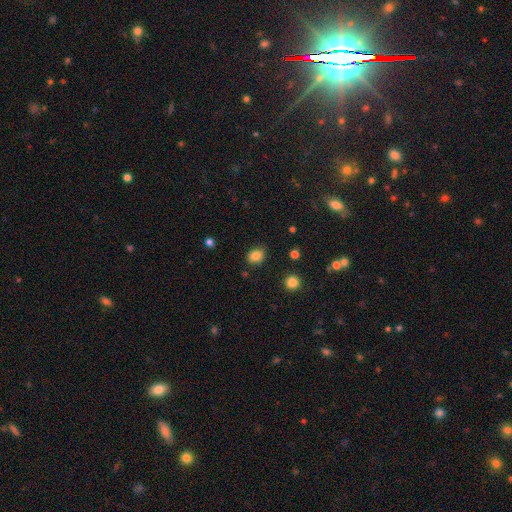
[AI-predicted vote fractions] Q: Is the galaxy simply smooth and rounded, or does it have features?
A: smooth — 83%.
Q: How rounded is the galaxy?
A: in between — 56%.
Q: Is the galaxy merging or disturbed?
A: none — 83%.